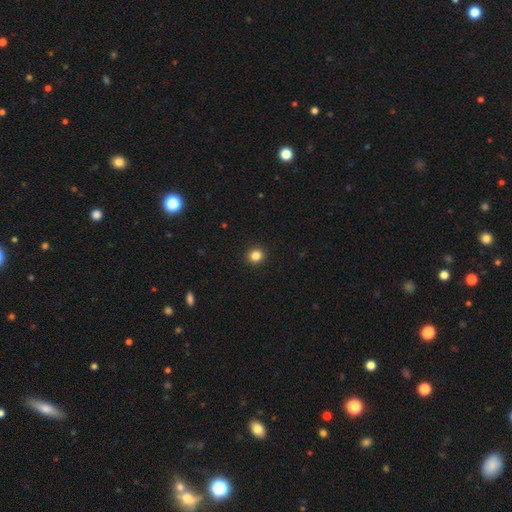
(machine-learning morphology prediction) Smooth or featured?
  - smooth: 84% *
  - star or artifact: 12%
  - featured or disk: 4%
How rounded?
  - round: 90% *
  - in between: 9%
  - cigar-shaped: 1%
Merging?
  - none: 93% *
  - minor disturbance: 4%
  - major disturbance: 2%
  - merger: 1%